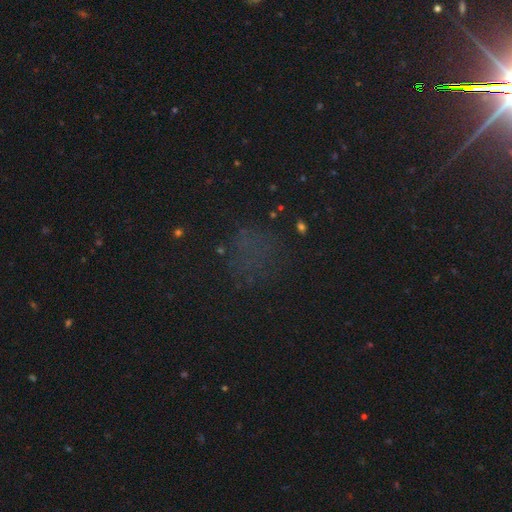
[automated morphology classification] The model was most divided on "smooth or featured": star or artifact: 54%, smooth: 33%, featured or disk: 12%.